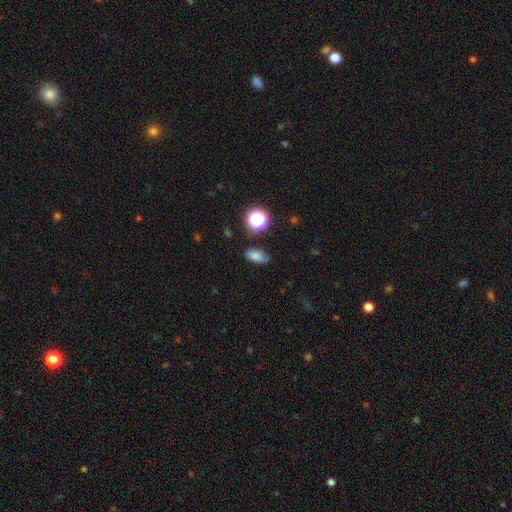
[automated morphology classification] A smooth galaxy with no disk features (77%) that is in between round and cigar-shaped (85%). Merging: none (73%).